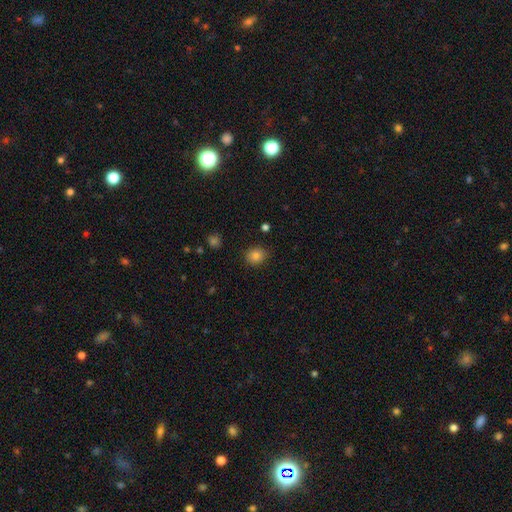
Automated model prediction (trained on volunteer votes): Smooth or featured?
  - smooth: 82% *
  - star or artifact: 11%
  - featured or disk: 7%
How rounded?
  - round: 70% *
  - in between: 29%
  - cigar-shaped: 1%
Merging?
  - none: 86% *
  - minor disturbance: 10%
  - major disturbance: 2%
  - merger: 1%